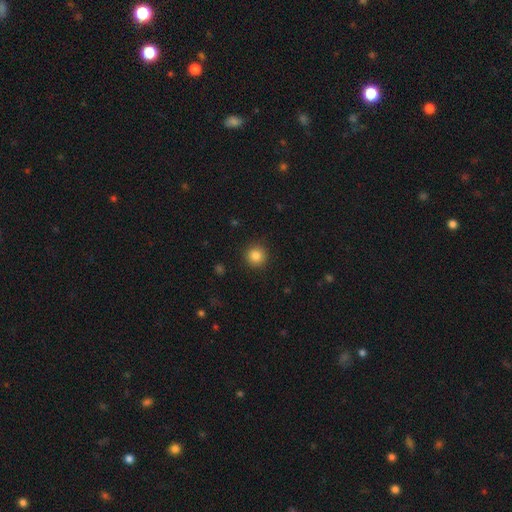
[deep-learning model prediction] This appears to be a smooth galaxy with no disk features (84%) that is round (95%). Merging: none (92%).